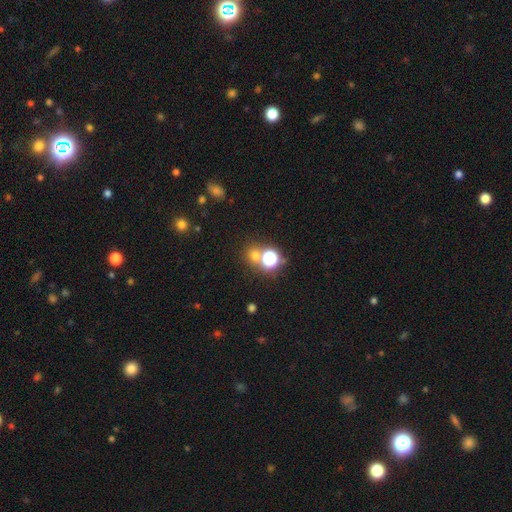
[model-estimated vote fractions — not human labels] Smooth or featured? Predicted: smooth (p=0.59). How rounded? Predicted: round (p=0.84). Merging? Predicted: none (p=0.62).